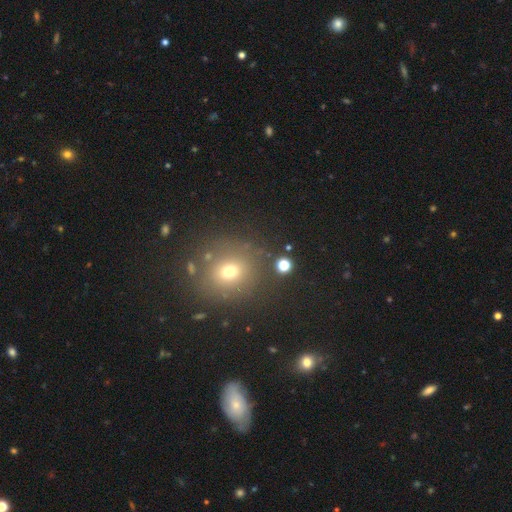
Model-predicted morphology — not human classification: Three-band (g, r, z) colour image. It shows a smooth galaxy with no disk features (52%) that is round (80%). Merging: none (81%).